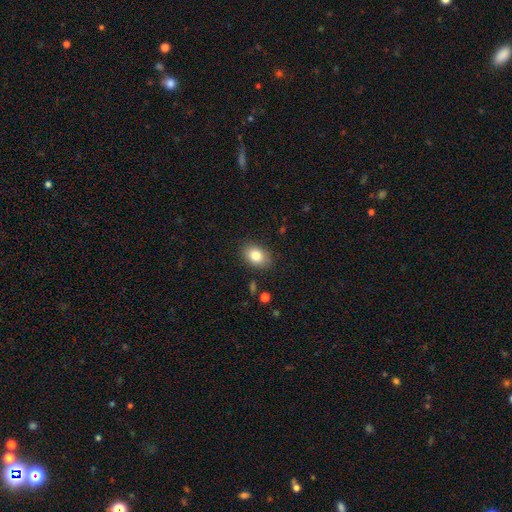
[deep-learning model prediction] Smooth or featured? smooth (83%)
How rounded? in between (73%)
Merging? none (86%)